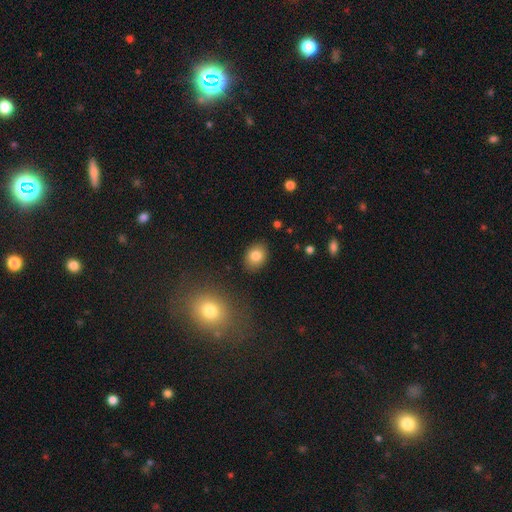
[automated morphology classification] Smooth or featured?
  - smooth: 83% *
  - star or artifact: 9%
  - featured or disk: 8%
How rounded?
  - in between: 55% *
  - round: 44%
  - cigar-shaped: 1%
Merging?
  - none: 88% *
  - minor disturbance: 8%
  - major disturbance: 2%
  - merger: 2%